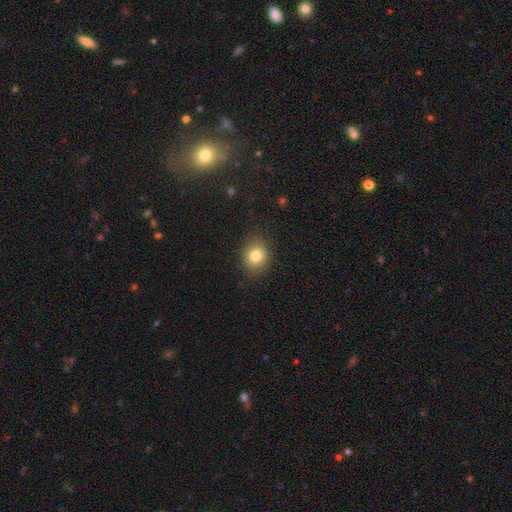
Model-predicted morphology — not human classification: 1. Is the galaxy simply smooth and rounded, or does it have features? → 81% smooth, 10% star or artifact, 8% featured or disk.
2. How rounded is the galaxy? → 58% round, 41% in between, 1% cigar-shaped.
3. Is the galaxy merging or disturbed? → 84% none, 11% minor disturbance, 3% major disturbance, 1% merger.